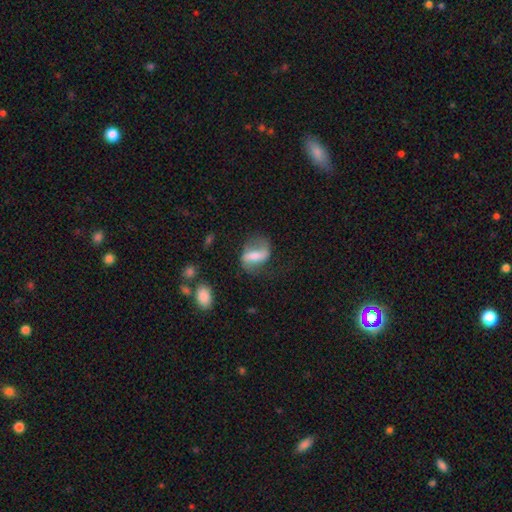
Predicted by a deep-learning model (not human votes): smooth-or-featured: featured or disk: 60% | smooth: 32% | star or artifact: 8%
  disk-edge-on: no: 93% | yes: 7%
    bar: strong: 53% | weak: 30% | no: 16%
    has-spiral-arms: yes: 77% | no: 23%
    bulge-size: moderate: 40% | small: 34% | none: 13% | large: 11% | dominant: 3%
  merging: none: 56% | minor disturbance: 22% | major disturbance: 19% | merger: 3%